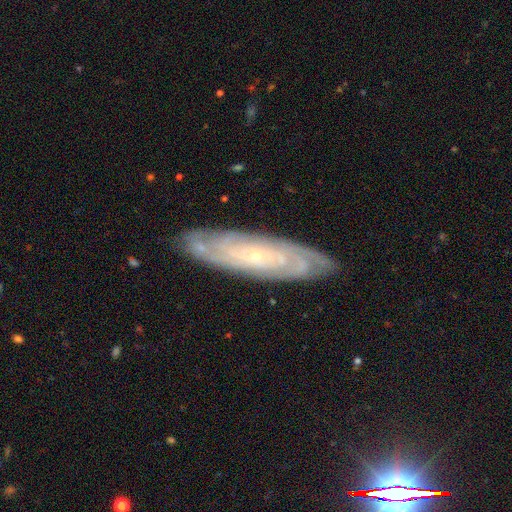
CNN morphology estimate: Q: Smooth or featured?
A: featured or disk (80%); runner-up: smooth (13%)
Q: Edge-on disk?
A: no (77%); runner-up: yes (23%)
Q: Bar?
A: no (75%); runner-up: weak (19%)
Q: Spiral arms?
A: yes (94%); runner-up: no (6%)
Q: Spiral winding?
A: tight (79%); runner-up: medium (17%)
Q: Spiral arm count?
A: can't tell (51%); runner-up: 2 (13%)
Q: Bulge size?
A: small (85%); runner-up: moderate (11%)
Q: Merging?
A: none (85%); runner-up: minor disturbance (12%)